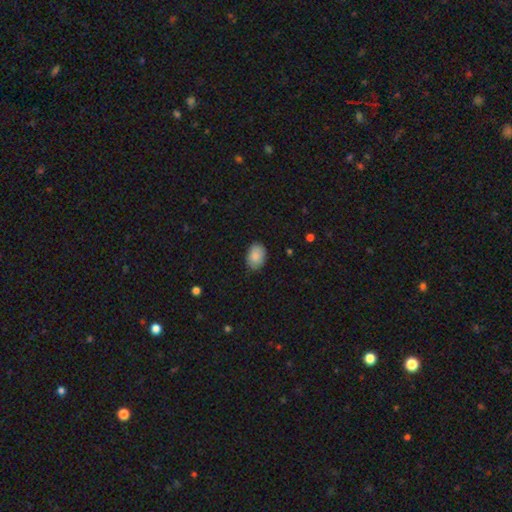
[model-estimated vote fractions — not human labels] Smooth or featured? smooth (87%)
How rounded? in between (80%)
Merging? none (81%)